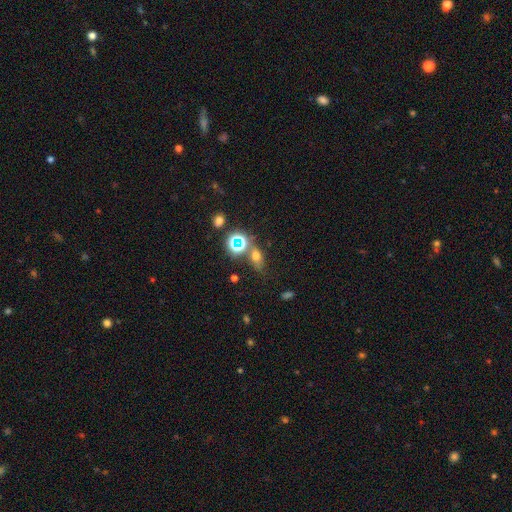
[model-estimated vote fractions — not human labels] This is possibly a smooth galaxy (54%). How rounded: likely in between (61%). Merging: likely none (61%).